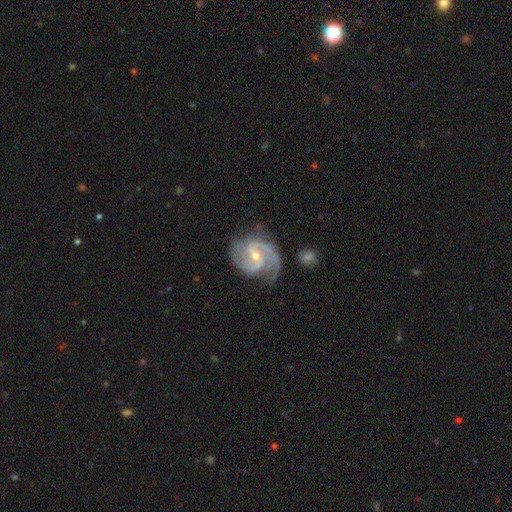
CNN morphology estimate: Overall: featured or disk (92%). Edge-on disk: no (98%). Bar: weak (48%; no 26%). Spiral arms: yes (98%). Spiral arm count: 2 (72%). Spiral winding: medium (54%; tight 33%). Bulge size: small (61%; moderate 36%). Merging: none (69%).